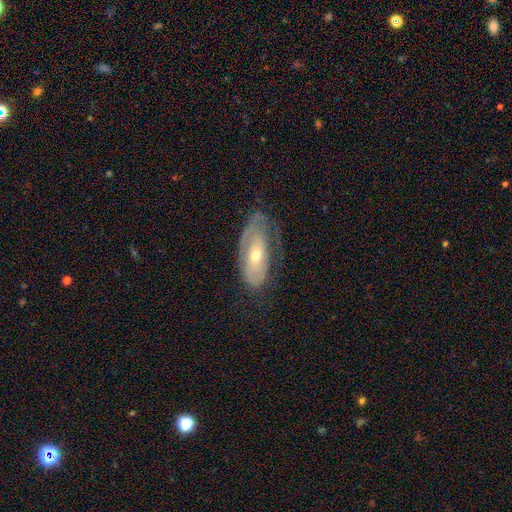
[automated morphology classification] Overall: featured or disk (59%; smooth 35%). Edge-on disk: no (86%). Bar: no (76%). Spiral arms: yes (54%; no 46%). Bulge size: small (48%; moderate 47%). Merging: none (45%; minor disturbance 28%).